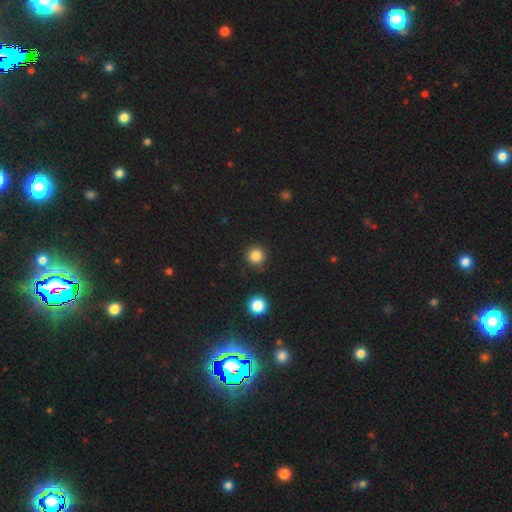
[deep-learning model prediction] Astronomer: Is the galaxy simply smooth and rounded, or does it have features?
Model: smooth — 85%.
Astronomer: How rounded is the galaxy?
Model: round — 95%.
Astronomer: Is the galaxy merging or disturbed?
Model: none — 90%.